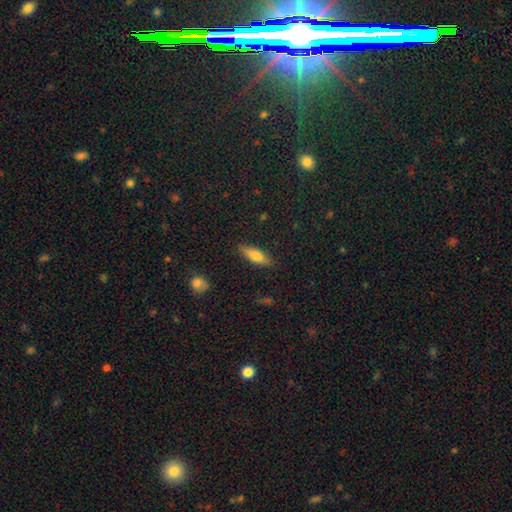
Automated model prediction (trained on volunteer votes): A smooth galaxy with no disk features (72%) that is in between round and cigar-shaped (59%).

Vote fractions:
- Smooth or featured? smooth: 72% / featured or disk: 21% / star or artifact: 7%
- How rounded? in between: 59% / cigar-shaped: 38% / round: 3%
- Merging? none: 86% / minor disturbance: 11% / major disturbance: 3% / merger: 1%